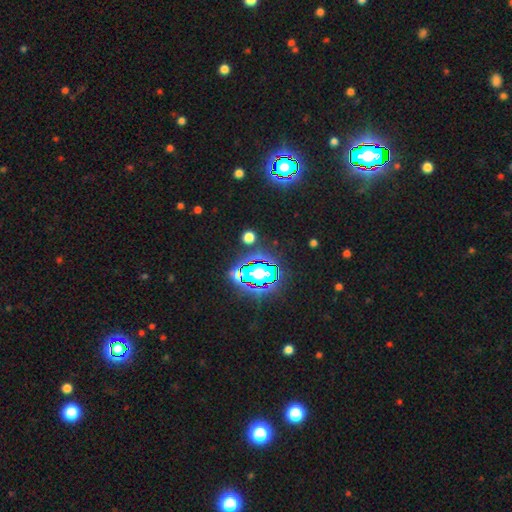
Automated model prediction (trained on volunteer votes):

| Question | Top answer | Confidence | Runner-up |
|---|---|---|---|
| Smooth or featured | star or artifact | 77% | smooth (14%) |